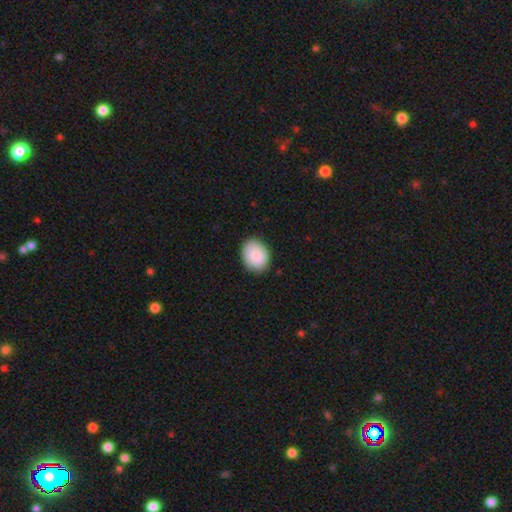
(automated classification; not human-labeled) Overall: smooth (86%). How rounded: in between (56%; round 43%). Merging: none (84%).